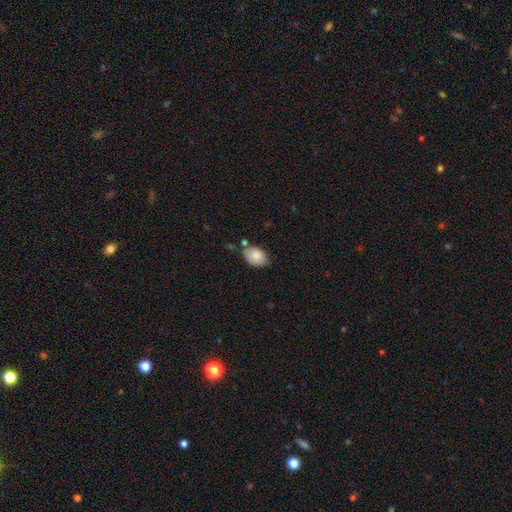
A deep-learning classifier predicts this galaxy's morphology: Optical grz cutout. It shows a smooth galaxy with no disk features (83%) that is in between round and cigar-shaped (84%). Merging: none (59%).